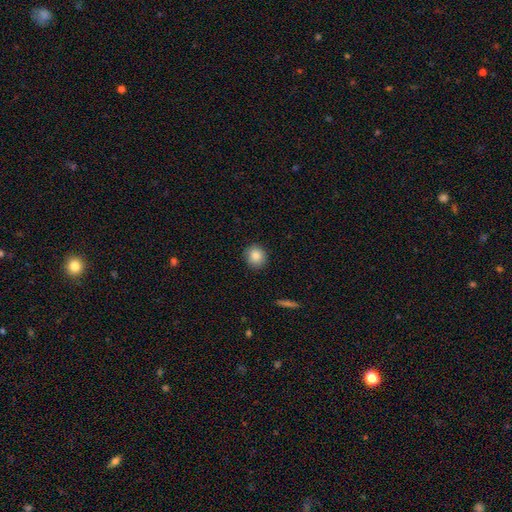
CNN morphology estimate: smooth 86%, star or artifact 9%, featured or disk 6%. Down the decision tree: how rounded — round (86%); merging — none (89%).